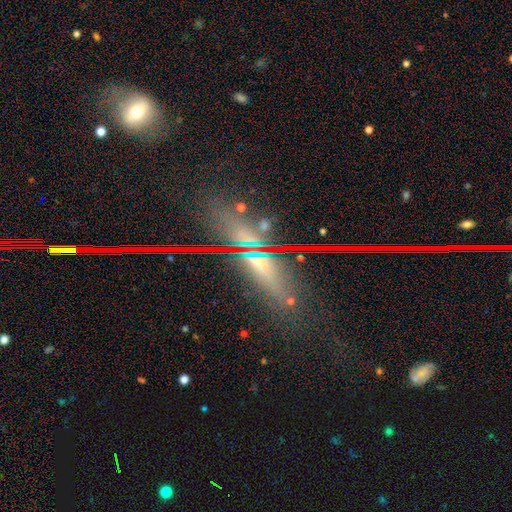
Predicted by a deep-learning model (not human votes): This appears to be a star or artifact, not a galaxy (42%).